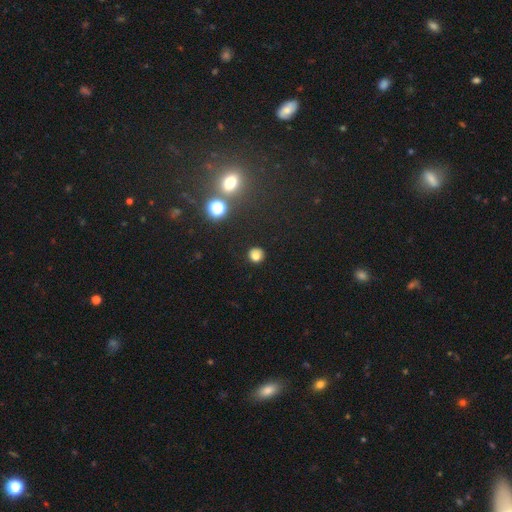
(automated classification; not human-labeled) Morphology: type=smooth (77%); roundness=round (90%); merging=none (87%).